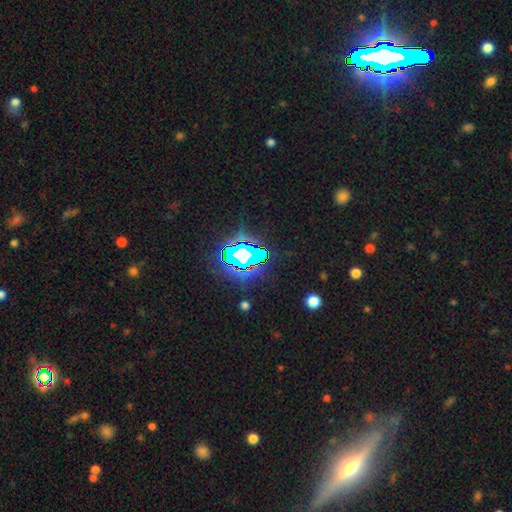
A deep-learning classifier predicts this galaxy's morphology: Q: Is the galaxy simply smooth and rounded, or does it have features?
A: star or artifact — 74%.